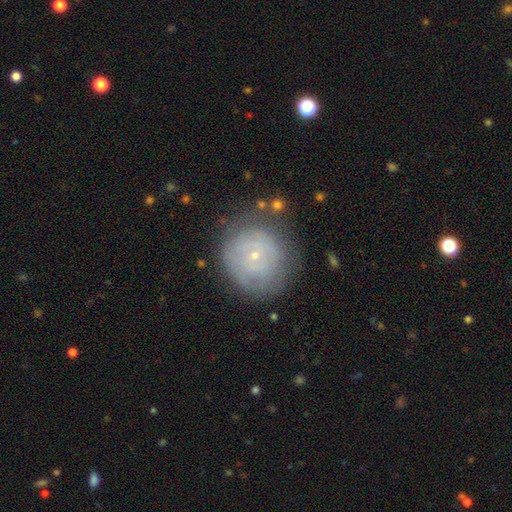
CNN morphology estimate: This is possibly a featured or disk galaxy (47%). Merging: likely none (75%).